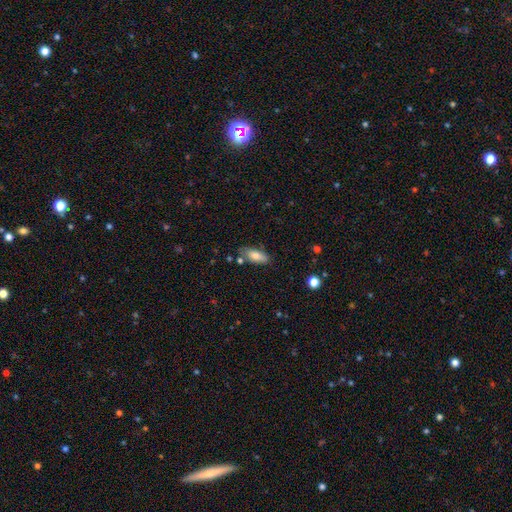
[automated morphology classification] smooth 80%, featured or disk 13%, star or artifact 7%. Down the decision tree: how rounded — in between (81%); merging — none (71%).